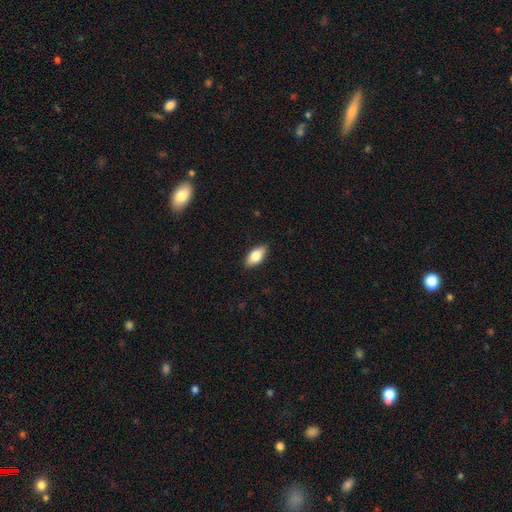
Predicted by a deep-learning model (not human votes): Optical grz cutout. It shows a smooth galaxy with no disk features (76%) that is in between round and cigar-shaped (88%). Merging: none (88%).